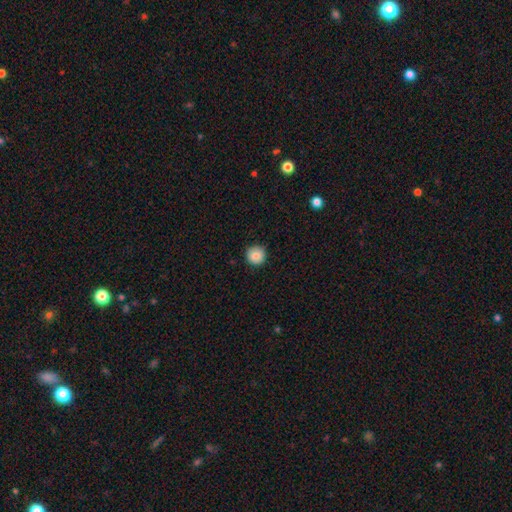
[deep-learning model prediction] Morphology: type=smooth (87%); roundness=round (95%); merging=none (90%).